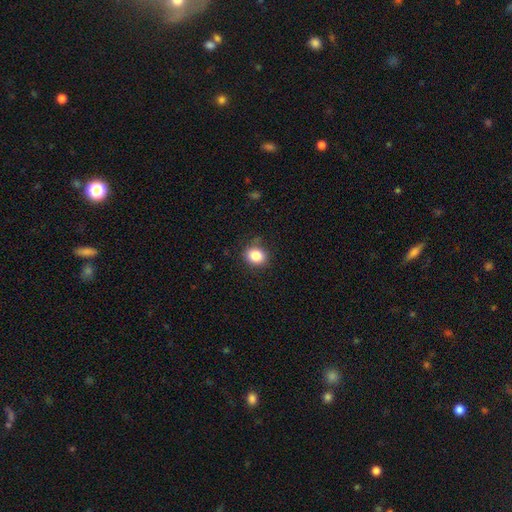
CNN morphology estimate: smooth 84%, star or artifact 10%, featured or disk 5%. Down the decision tree: how rounded — round (63%); merging — none (82%).